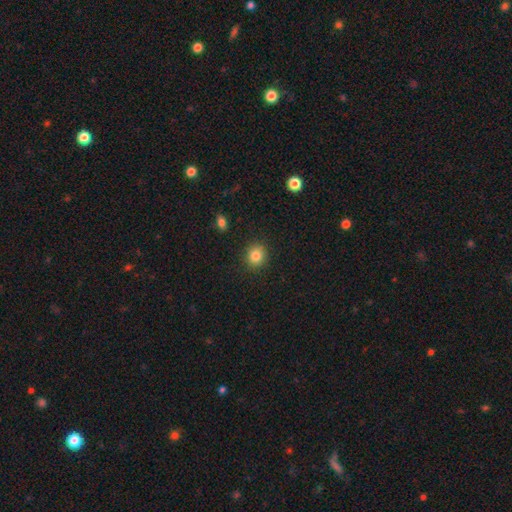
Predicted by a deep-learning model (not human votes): This appears to be a smooth galaxy with no disk features (84%) that is round (83%). Merging: none (89%).